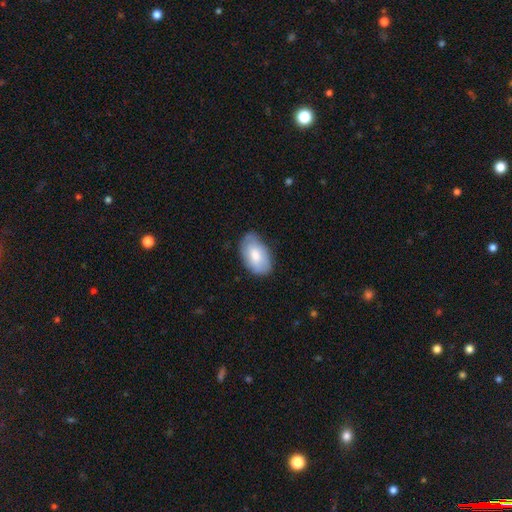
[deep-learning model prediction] Smooth or featured?
  - smooth: 71% *
  - featured or disk: 23%
  - star or artifact: 6%
How rounded?
  - in between: 93% *
  - round: 5%
  - cigar-shaped: 1%
Merging?
  - none: 70% *
  - minor disturbance: 24%
  - major disturbance: 5%
  - merger: 1%